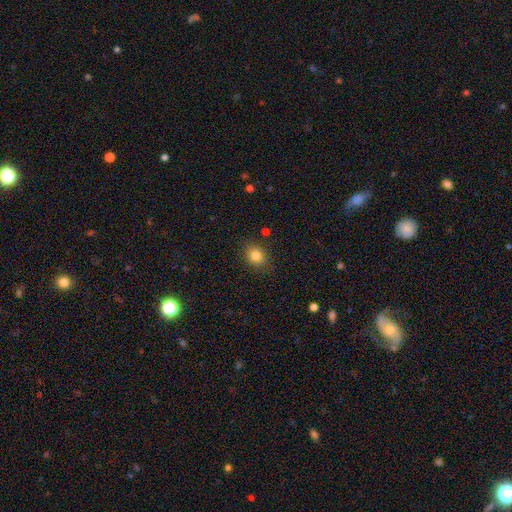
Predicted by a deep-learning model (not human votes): This is clearly a smooth galaxy (83%). How rounded: likely round (66%). Merging: clearly none (86%).